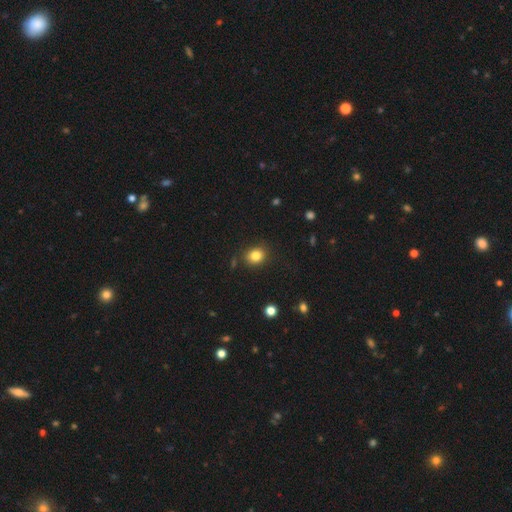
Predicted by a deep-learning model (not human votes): smooth_or_featured: smooth (p=0.83) [alt: star or artifact p=0.11]
how_rounded: round (p=0.60) [alt: in between p=0.39]
merging: none (p=0.84) [alt: minor disturbance p=0.11]